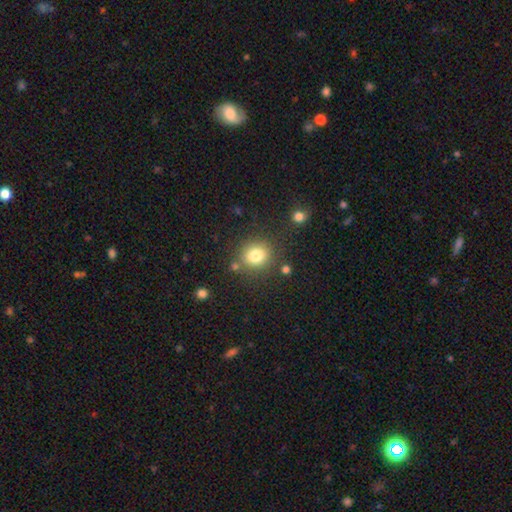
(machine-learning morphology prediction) Smooth or featured? smooth (80%)
How rounded? round (83%)
Merging? none (79%)